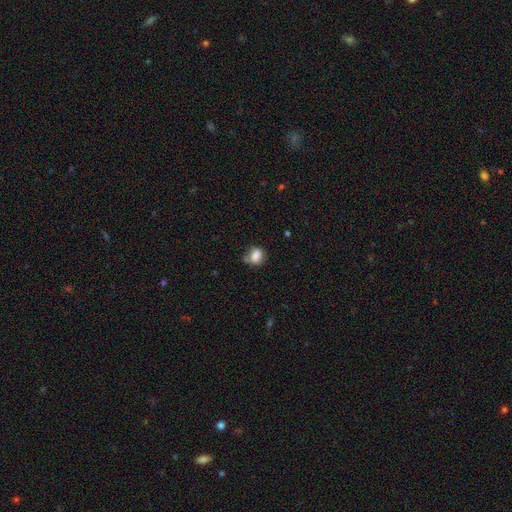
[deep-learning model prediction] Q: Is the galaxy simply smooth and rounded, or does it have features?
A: smooth — 82%.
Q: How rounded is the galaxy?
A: round — 58%.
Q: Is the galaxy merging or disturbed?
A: none — 58%.